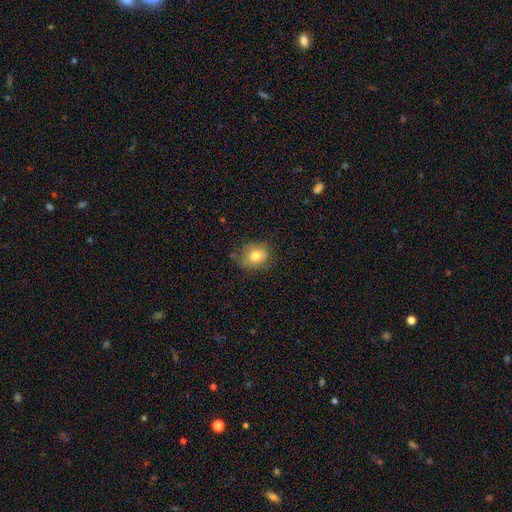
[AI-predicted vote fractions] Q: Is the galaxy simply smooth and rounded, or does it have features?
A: smooth — 79%.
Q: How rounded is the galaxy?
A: round — 62%.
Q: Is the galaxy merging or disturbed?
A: none — 69%.